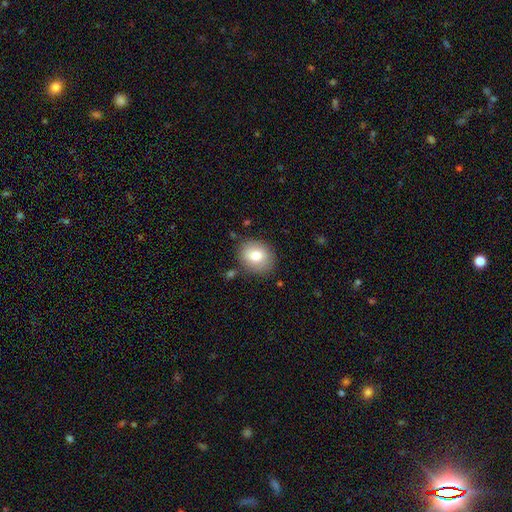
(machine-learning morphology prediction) A smooth galaxy with no disk features (78%) that is round (63%).

Vote fractions:
- Smooth or featured? smooth: 78% / featured or disk: 14% / star or artifact: 9%
- How rounded? round: 63% / in between: 36% / cigar-shaped: 1%
- Merging? none: 82% / minor disturbance: 12% / major disturbance: 3% / merger: 3%